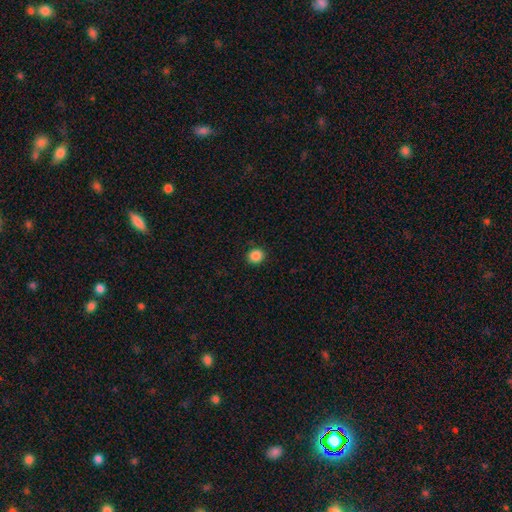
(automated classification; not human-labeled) Overall: smooth (86%). How rounded: round (84%). Merging: none (90%).